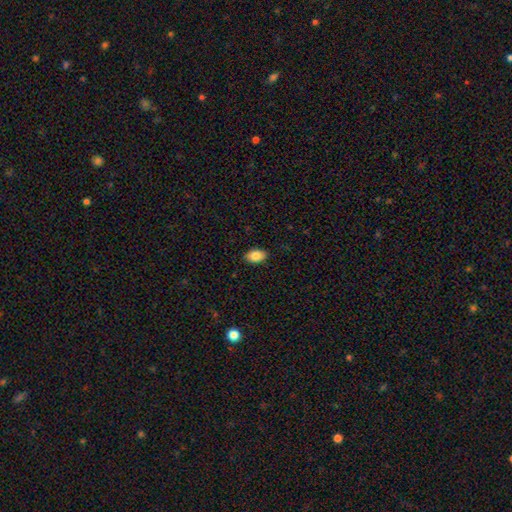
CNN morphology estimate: type=smooth (86%); roundness=in between (90%); merging=none (89%).